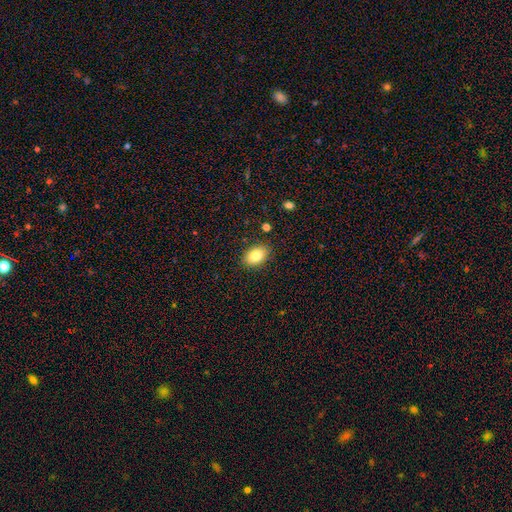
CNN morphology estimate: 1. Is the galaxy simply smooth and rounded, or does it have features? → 83% smooth, 9% featured or disk, 8% star or artifact.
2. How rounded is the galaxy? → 85% in between, 14% round, 1% cigar-shaped.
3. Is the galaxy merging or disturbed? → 87% none, 10% minor disturbance, 2% major disturbance, 1% merger.